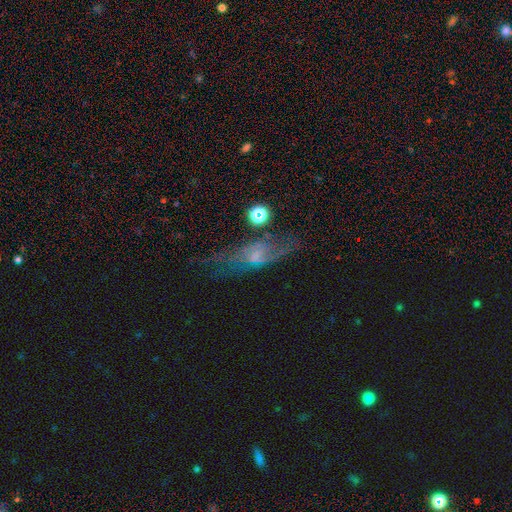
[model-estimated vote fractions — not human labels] featured or disk 61%, smooth 23%, star or artifact 16%. Down the decision tree: edge-on disk — no (78%); merging — none (55%).